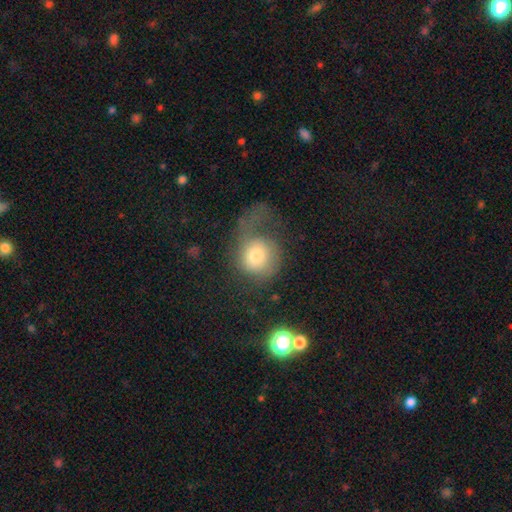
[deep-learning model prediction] smooth 57%, featured or disk 33%, star or artifact 10%. Down the decision tree: how rounded — round (78%); merging — major disturbance (55%).